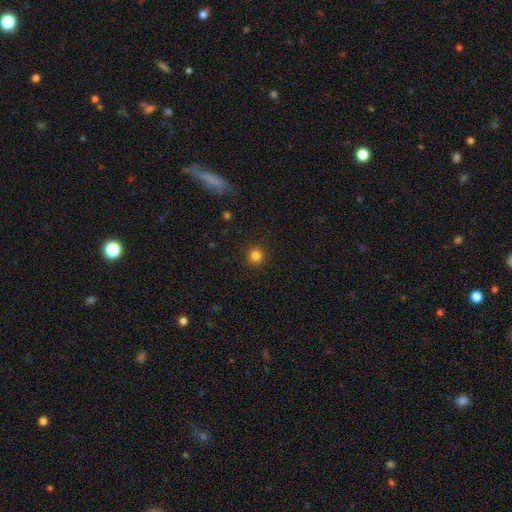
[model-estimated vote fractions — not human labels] Q: Smooth or featured?
A: smooth (83%); runner-up: star or artifact (13%)
Q: How rounded?
A: round (95%); runner-up: in between (4%)
Q: Merging?
A: none (92%); runner-up: minor disturbance (5%)